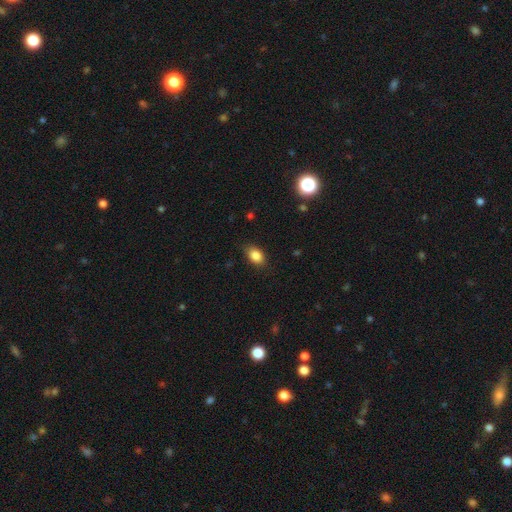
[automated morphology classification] Smooth or featured: smooth — 85% (star or artifact — 9%)
How rounded: in between — 83% (round — 15%)
Merging: none — 82% (minor disturbance — 14%)